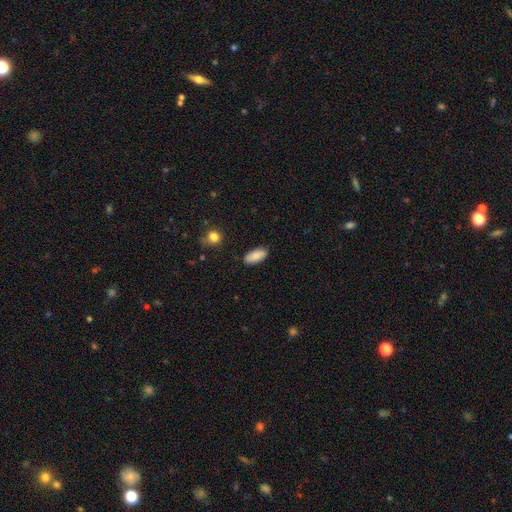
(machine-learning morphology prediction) Smooth or featured? smooth (85%)
How rounded? in between (90%)
Merging? none (86%)